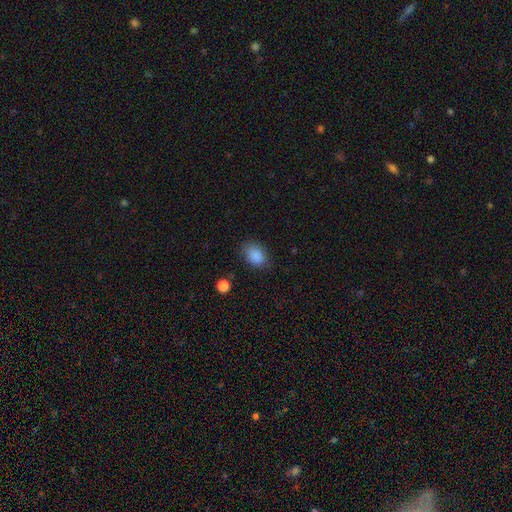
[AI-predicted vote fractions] smooth_or_featured: smooth (p=0.87) [alt: star or artifact p=0.09]
how_rounded: in between (p=0.78) [alt: round p=0.21]
merging: none (p=0.76) [alt: minor disturbance p=0.18]